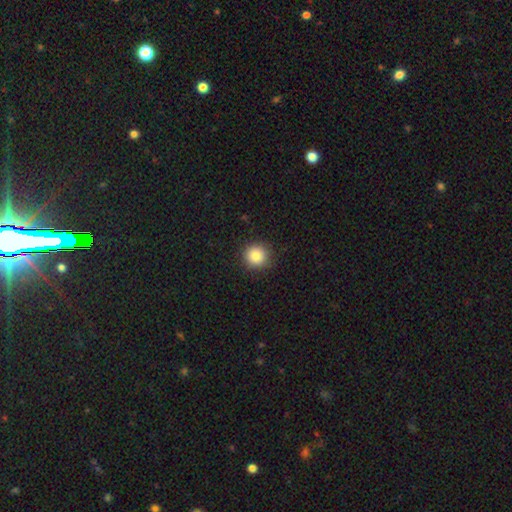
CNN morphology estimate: This is clearly a smooth galaxy (85%). How rounded: clearly round (94%). Merging: clearly none (91%).